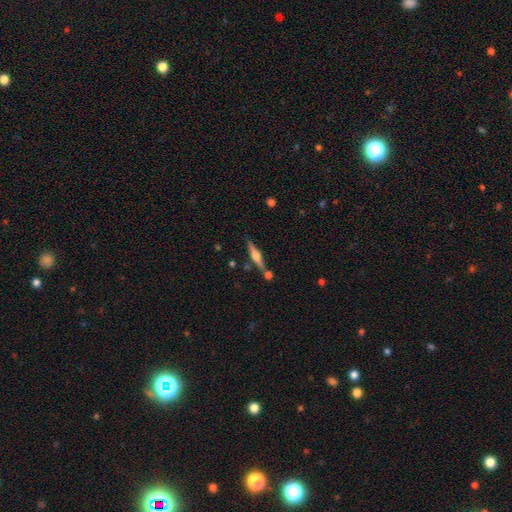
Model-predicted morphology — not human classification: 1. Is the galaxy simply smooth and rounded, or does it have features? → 70% featured or disk, 23% smooth, 7% star or artifact.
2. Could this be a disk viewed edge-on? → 97% yes, 3% no.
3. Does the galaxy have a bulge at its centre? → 87% rounded, 10% boxy, 3% none.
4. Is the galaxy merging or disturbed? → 77% none, 11% minor disturbance, 10% merger, 3% major disturbance.